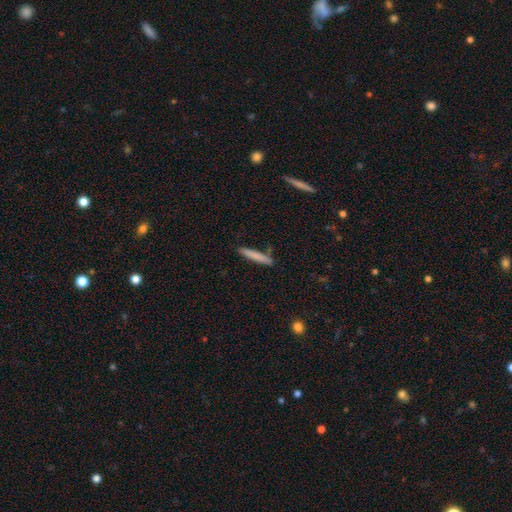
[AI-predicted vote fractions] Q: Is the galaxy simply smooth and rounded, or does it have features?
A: smooth — 78%.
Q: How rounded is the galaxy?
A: cigar-shaped — 94%.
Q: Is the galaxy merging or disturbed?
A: none — 85%.